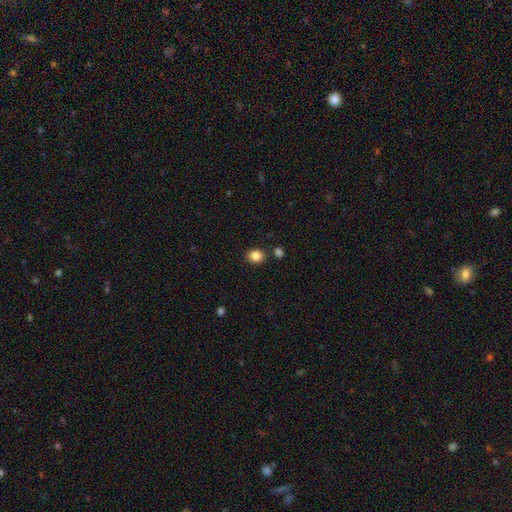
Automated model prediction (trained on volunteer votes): Smooth or featured? smooth (86%)
How rounded? round (68%)
Merging? none (83%)